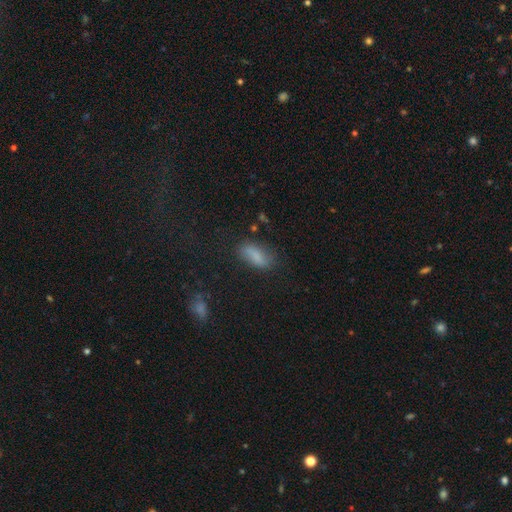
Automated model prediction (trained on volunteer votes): Q: Smooth or featured?
A: smooth (74%); runner-up: featured or disk (16%)
Q: How rounded?
A: in between (83%); runner-up: cigar-shaped (13%)
Q: Merging?
A: none (66%); runner-up: minor disturbance (23%)